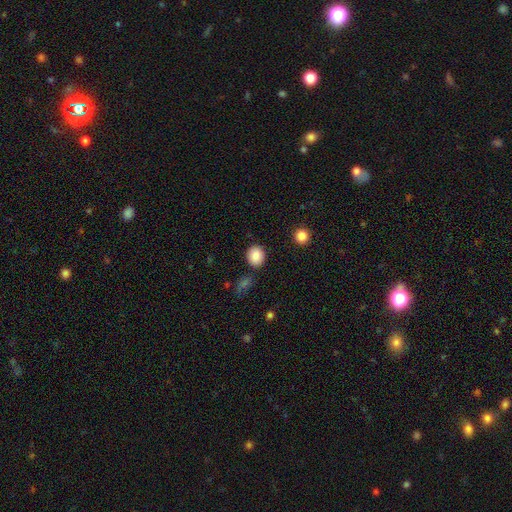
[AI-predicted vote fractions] The model was most divided on "how rounded": round: 72%, in between: 27%, cigar-shaped: 1%. More confident: smooth or featured — smooth (86%); merging — none (86%).